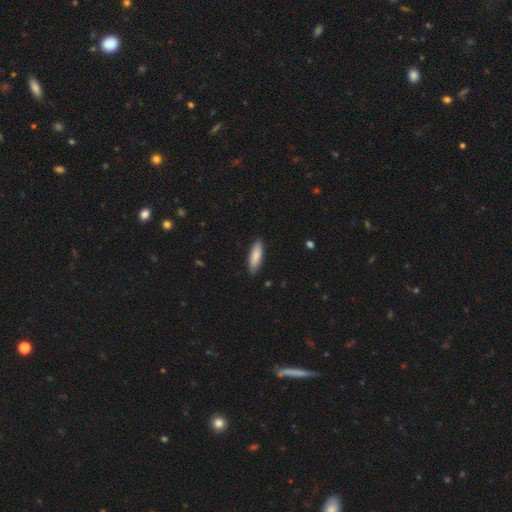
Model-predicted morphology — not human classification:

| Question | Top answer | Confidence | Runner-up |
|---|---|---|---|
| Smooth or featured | smooth | 84% | featured or disk (10%) |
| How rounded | cigar-shaped | 59% | in between (39%) |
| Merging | none | 87% | minor disturbance (10%) |